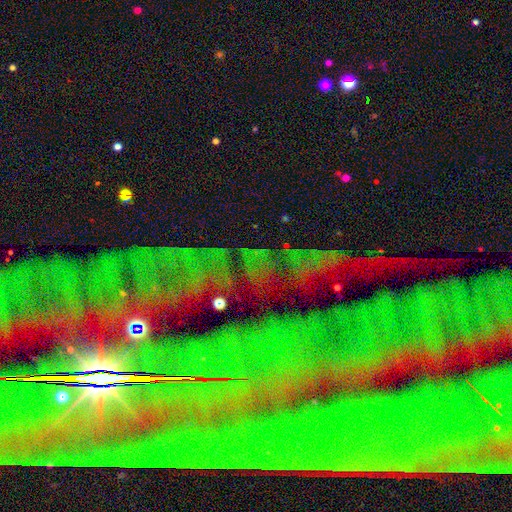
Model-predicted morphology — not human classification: Smooth or featured: star or artifact — 75% (featured or disk — 14%)